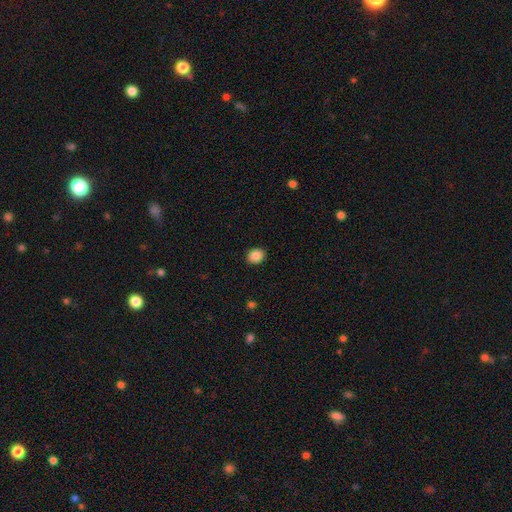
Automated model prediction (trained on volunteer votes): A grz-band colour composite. It shows a smooth galaxy with no disk features (86%) that is round (67%). Merging: none (91%).